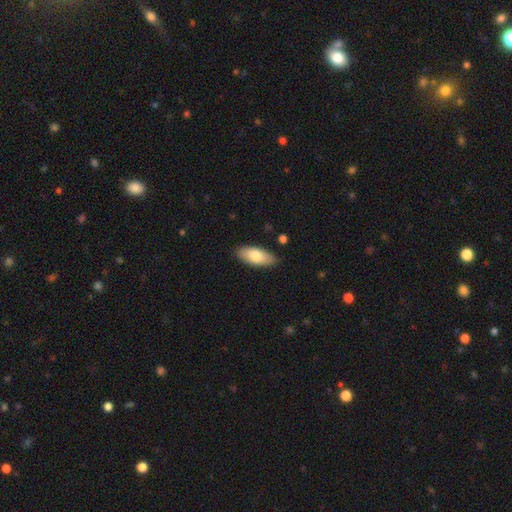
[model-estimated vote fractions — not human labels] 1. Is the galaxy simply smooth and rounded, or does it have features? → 78% smooth, 16% featured or disk, 6% star or artifact.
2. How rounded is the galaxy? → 87% in between, 11% cigar-shaped, 2% round.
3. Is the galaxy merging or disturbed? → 86% none, 10% minor disturbance, 2% major disturbance, 1% merger.